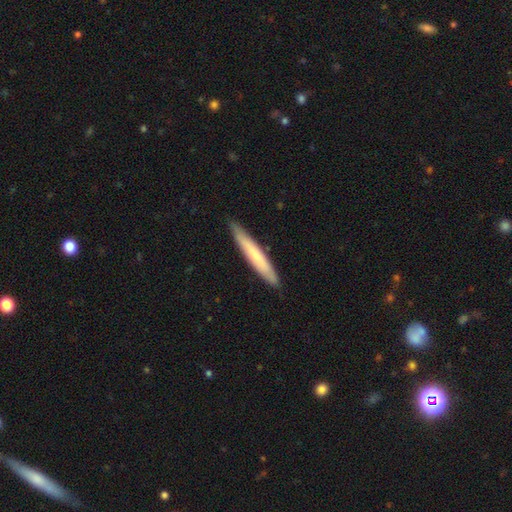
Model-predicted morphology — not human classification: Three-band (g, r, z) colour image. It shows a smooth galaxy with no disk features (65%) that is cigar-shaped (95%). Merging: none (89%).